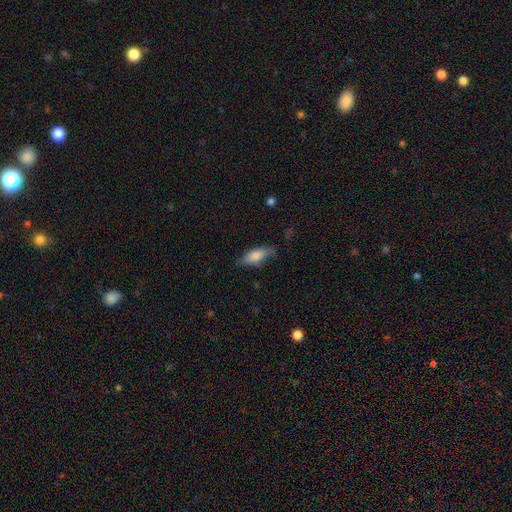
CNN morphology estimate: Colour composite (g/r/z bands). It shows a smooth galaxy with no disk features (72%) that is in between round and cigar-shaped (71%). Merging: none (68%).